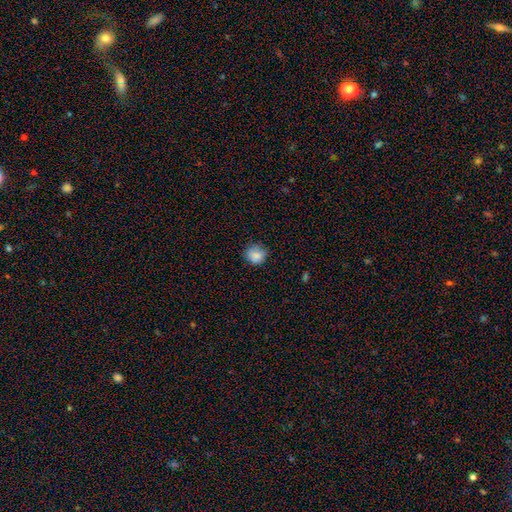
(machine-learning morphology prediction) smooth 84%, star or artifact 10%, featured or disk 6%. Down the decision tree: how rounded — round (81%); merging — none (72%).